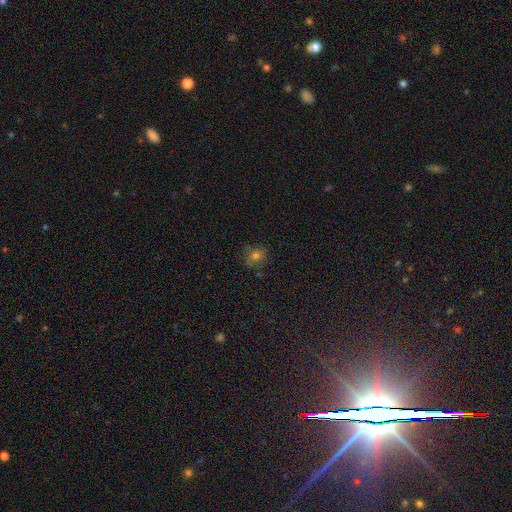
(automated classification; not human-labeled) This is likely a smooth galaxy (64%). How rounded: likely round (73%). Merging: likely none (76%).